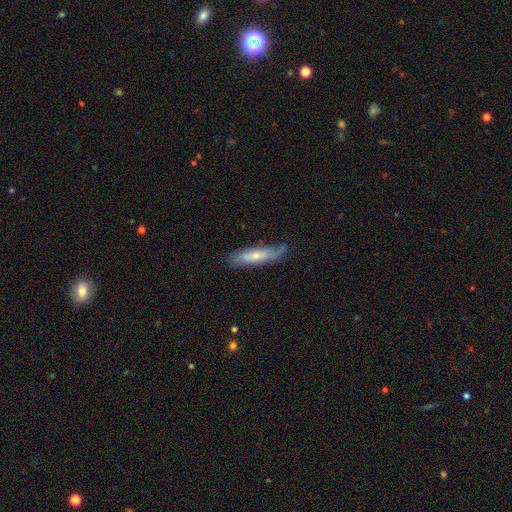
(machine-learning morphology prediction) Q: Smooth or featured?
A: smooth (54%); runner-up: featured or disk (40%)
Q: How rounded?
A: cigar-shaped (75%); runner-up: in between (24%)
Q: Merging?
A: none (63%); runner-up: minor disturbance (27%)